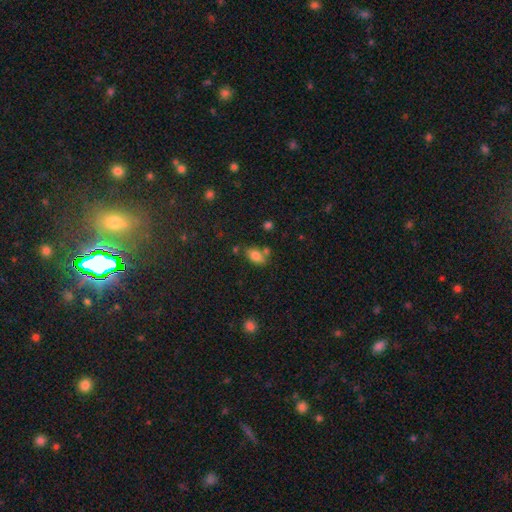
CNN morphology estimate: A smooth galaxy with no disk features (80%) that is in between round and cigar-shaped (88%).

Vote fractions:
- Smooth or featured? smooth: 80% / star or artifact: 10% / featured or disk: 10%
- How rounded? in between: 88% / round: 9% / cigar-shaped: 3%
- Merging? none: 63% / merger: 17% / minor disturbance: 16% / major disturbance: 4%